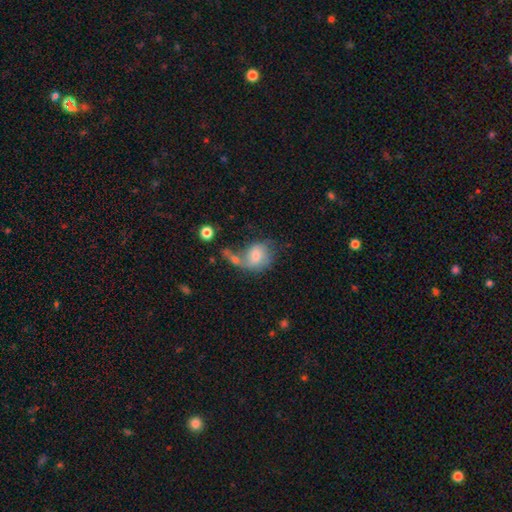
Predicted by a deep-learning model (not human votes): This appears to be a smooth galaxy with no disk features (67%) that is in between round and cigar-shaped (52%). Merging: merger (36%).